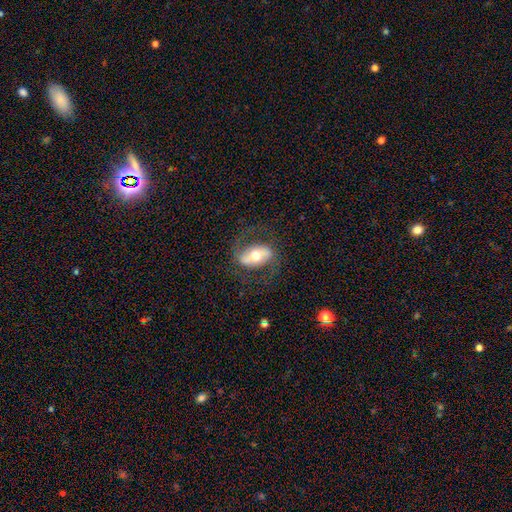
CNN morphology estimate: This appears to be a featured or disk galaxy (67%) with a strong bar (48%), spiral arms (77%) and a moderate central bulge (68%). Merging: none (71%).